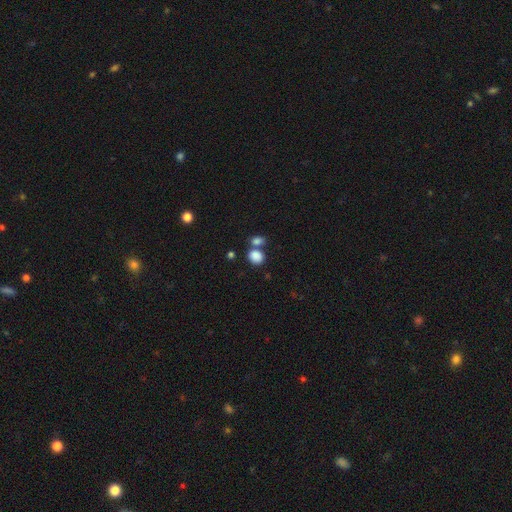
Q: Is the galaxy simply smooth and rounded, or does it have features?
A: smooth — 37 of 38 (97%).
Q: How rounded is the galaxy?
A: round — 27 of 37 (73%).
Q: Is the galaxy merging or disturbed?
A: none — 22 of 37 (59%).